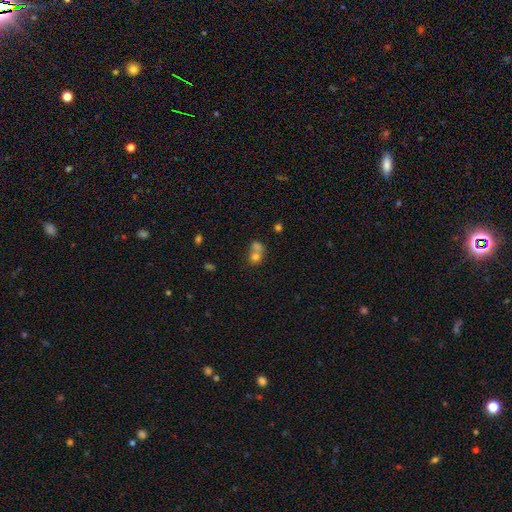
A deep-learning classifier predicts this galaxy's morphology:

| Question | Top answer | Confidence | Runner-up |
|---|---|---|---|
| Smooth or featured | smooth | 67% | star or artifact (17%) |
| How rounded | round | 73% | in between (25%) |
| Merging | merger | 58% | none (31%) |